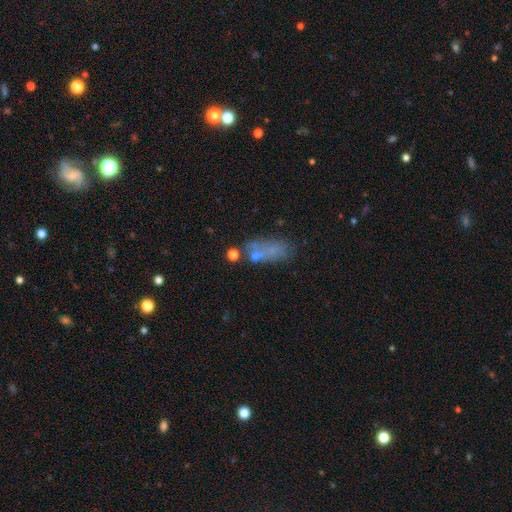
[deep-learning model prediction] smooth 57%, star or artifact 22%, featured or disk 21%. Down the decision tree: how rounded — in between (67%); merging — none (58%).